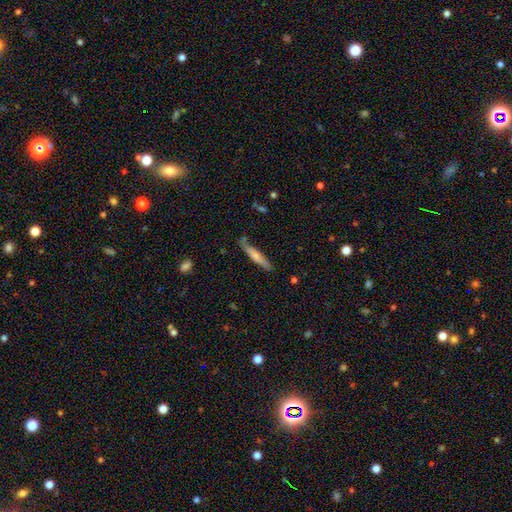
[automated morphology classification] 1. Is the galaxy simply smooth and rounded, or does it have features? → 63% smooth, 31% featured or disk, 6% star or artifact.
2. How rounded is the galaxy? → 91% cigar-shaped, 8% in between, 1% round.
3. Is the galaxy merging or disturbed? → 76% none, 17% minor disturbance, 4% merger, 3% major disturbance.